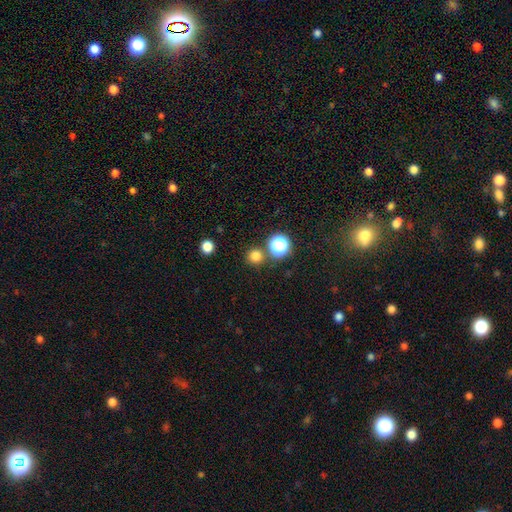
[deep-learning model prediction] A smooth galaxy with no disk features (78%) that is round (94%). Merging: none (82%).